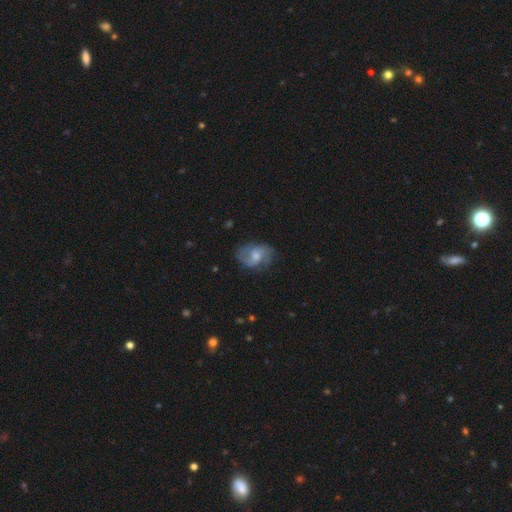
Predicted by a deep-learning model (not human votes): Overall: featured or disk (69%). Edge-on disk: no (97%). Bar: no (51%; weak 43%). Spiral arms: yes (90%). Spiral arm count: 2 (69%). Spiral winding: medium (48%; loose 33%). Bulge size: moderate (55%; small 24%). Merging: none (65%).